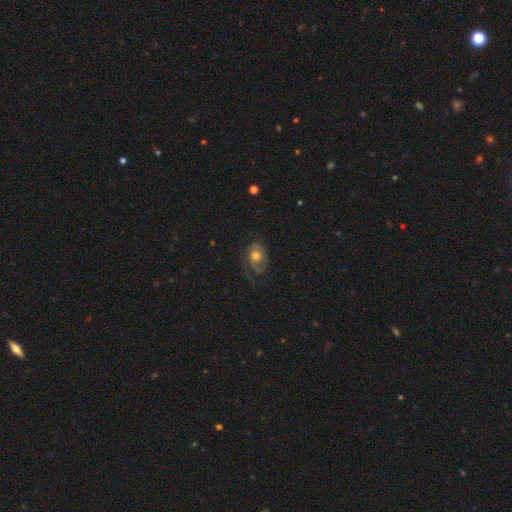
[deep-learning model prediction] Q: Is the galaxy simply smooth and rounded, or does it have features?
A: featured or disk — 62%.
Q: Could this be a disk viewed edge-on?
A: no — 96%.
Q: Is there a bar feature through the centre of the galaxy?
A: no — 79%.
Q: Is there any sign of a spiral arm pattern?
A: yes — 81%.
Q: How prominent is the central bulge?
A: moderate — 70%.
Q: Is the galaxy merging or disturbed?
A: none — 53%.